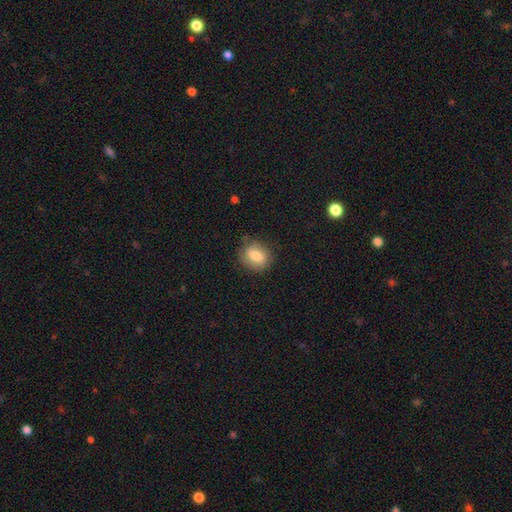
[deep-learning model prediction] smooth-or-featured: smooth: 73% | featured or disk: 18% | star or artifact: 8%
  how-rounded: in between: 50% | round: 48% | cigar-shaped: 2%
  merging: none: 76% | minor disturbance: 18% | major disturbance: 5% | merger: 1%